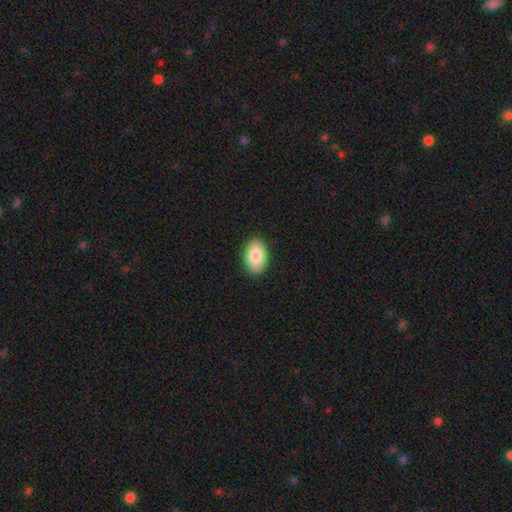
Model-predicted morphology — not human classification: Q: Smooth or featured?
A: smooth (84%); runner-up: featured or disk (9%)
Q: How rounded?
A: in between (91%); runner-up: round (8%)
Q: Merging?
A: none (89%); runner-up: minor disturbance (8%)